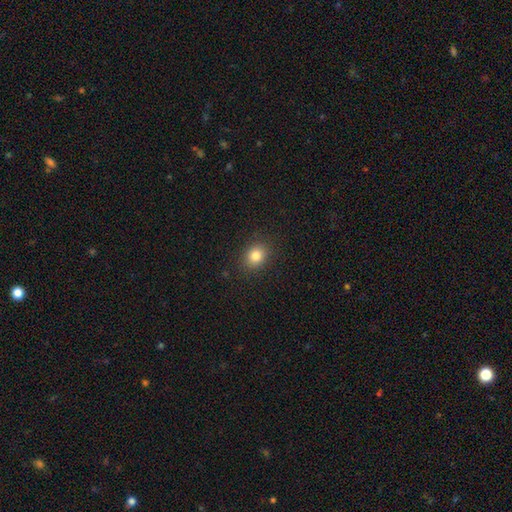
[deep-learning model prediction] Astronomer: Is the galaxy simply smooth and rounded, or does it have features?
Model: smooth — 82%.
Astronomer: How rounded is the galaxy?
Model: round — 58% (runner-up: in between, 41%).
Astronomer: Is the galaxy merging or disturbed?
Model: none — 89%.